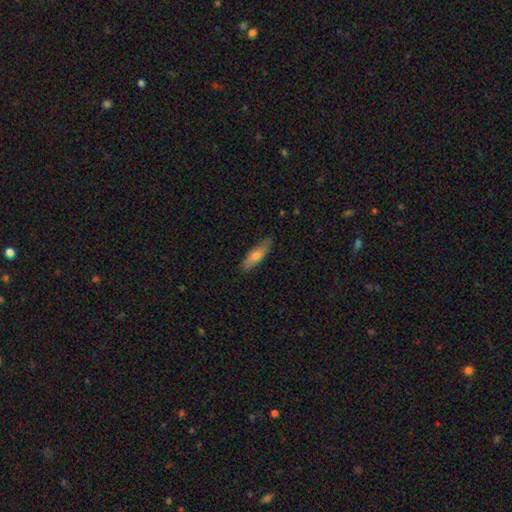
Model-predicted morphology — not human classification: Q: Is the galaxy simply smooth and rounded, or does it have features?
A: smooth — 62%.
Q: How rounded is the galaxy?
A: cigar-shaped — 67%.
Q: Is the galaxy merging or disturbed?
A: none — 84%.